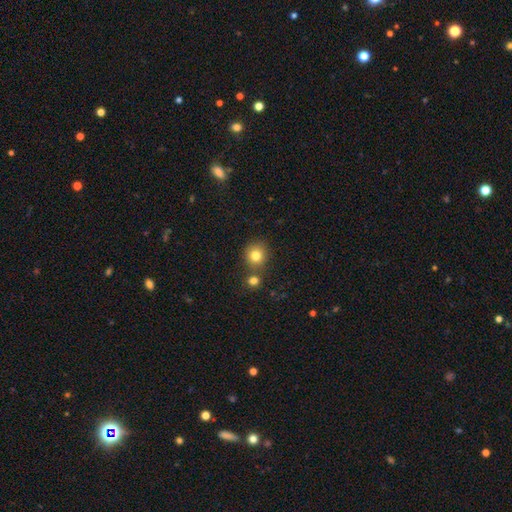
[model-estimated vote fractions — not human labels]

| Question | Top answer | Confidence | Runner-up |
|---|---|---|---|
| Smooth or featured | smooth | 81% | star or artifact (12%) |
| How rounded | round | 87% | in between (12%) |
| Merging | none | 71% | merger (17%) |